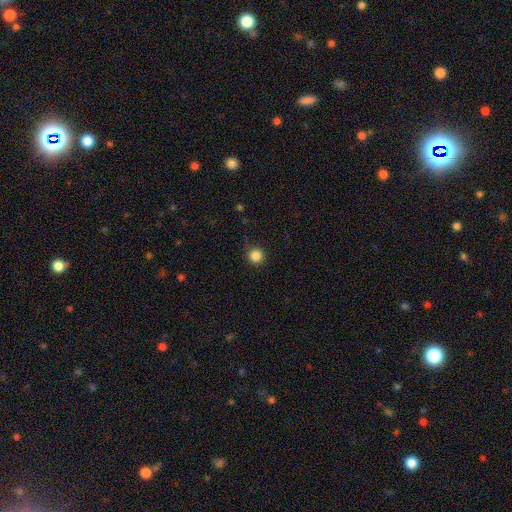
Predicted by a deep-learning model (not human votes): The model was most divided on "smooth or featured": smooth: 85%, star or artifact: 12%, featured or disk: 3%. More confident: how rounded — round (96%); merging — none (88%).